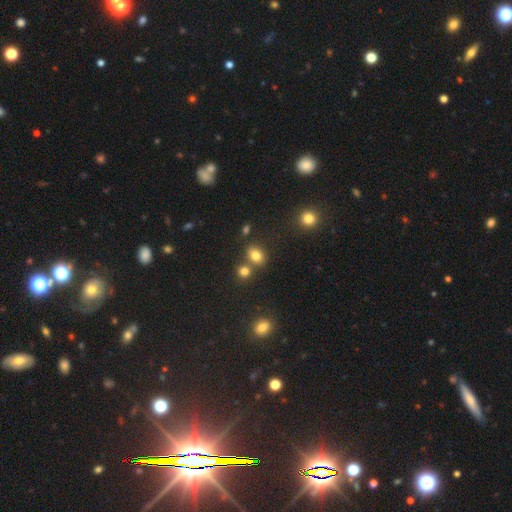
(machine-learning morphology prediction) A smooth galaxy with no disk features (78%) that is in between round and cigar-shaped (56%). Merging: none (63%).